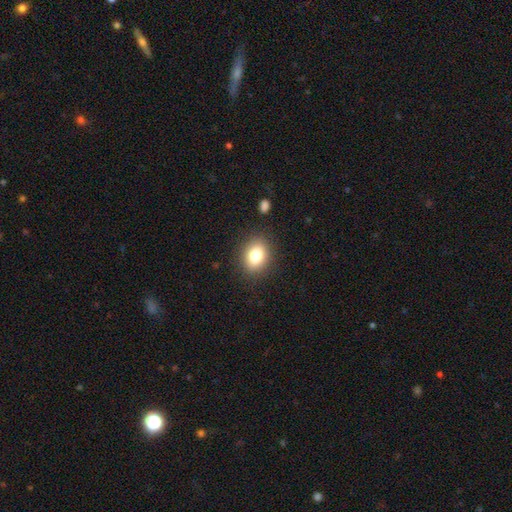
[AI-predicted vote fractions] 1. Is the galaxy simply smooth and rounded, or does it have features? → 80% smooth, 10% star or artifact, 10% featured or disk.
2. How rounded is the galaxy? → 62% in between, 37% round, 1% cigar-shaped.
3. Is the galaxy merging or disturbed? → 87% none, 9% minor disturbance, 3% major disturbance, 1% merger.